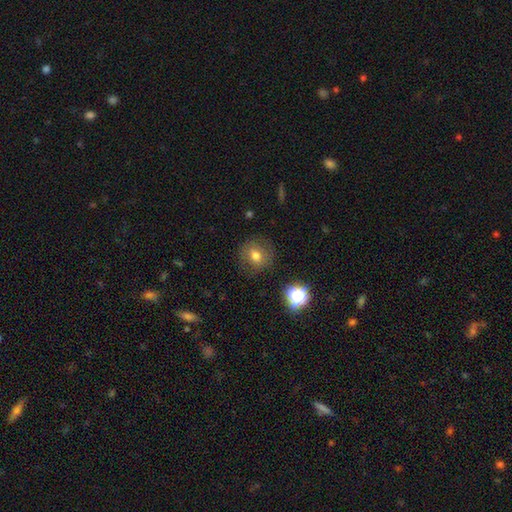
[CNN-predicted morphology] A smooth galaxy with no disk features (72%) that is round (83%). Merging: none (83%).